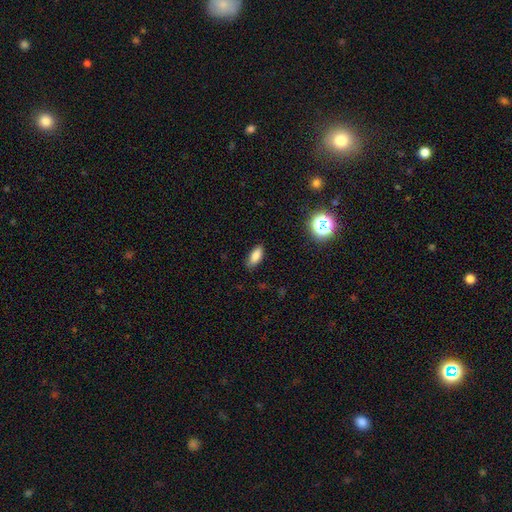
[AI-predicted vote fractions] A smooth galaxy with no disk features (83%) that is in between round and cigar-shaped (82%).

Vote fractions:
- Smooth or featured? smooth: 83% / star or artifact: 10% / featured or disk: 6%
- How rounded? in between: 82% / cigar-shaped: 15% / round: 3%
- Merging? none: 84% / minor disturbance: 12% / major disturbance: 3% / merger: 1%